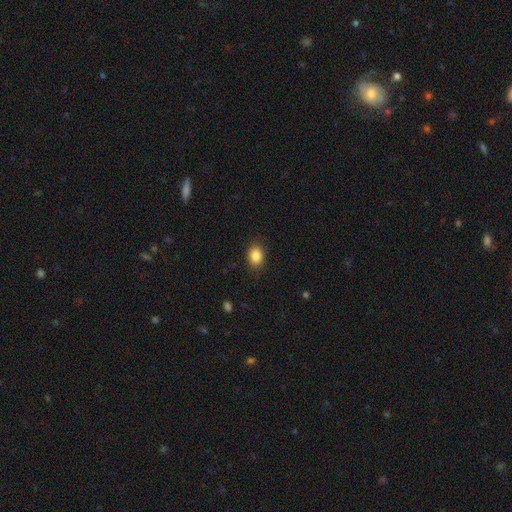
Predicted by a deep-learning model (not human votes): Smooth or featured?
  - smooth: 87% *
  - star or artifact: 9%
  - featured or disk: 5%
How rounded?
  - in between: 71% *
  - round: 28%
  - cigar-shaped: 1%
Merging?
  - none: 86% *
  - minor disturbance: 10%
  - major disturbance: 3%
  - merger: 1%